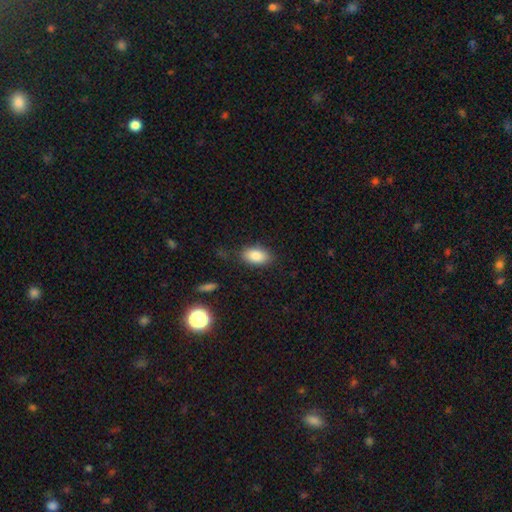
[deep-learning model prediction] A smooth galaxy with no disk features (85%) that is in between round and cigar-shaped (90%).

Vote fractions:
- Smooth or featured? smooth: 85% / star or artifact: 8% / featured or disk: 7%
- How rounded? in between: 90% / round: 7% / cigar-shaped: 3%
- Merging? none: 81% / minor disturbance: 13% / major disturbance: 4% / merger: 2%